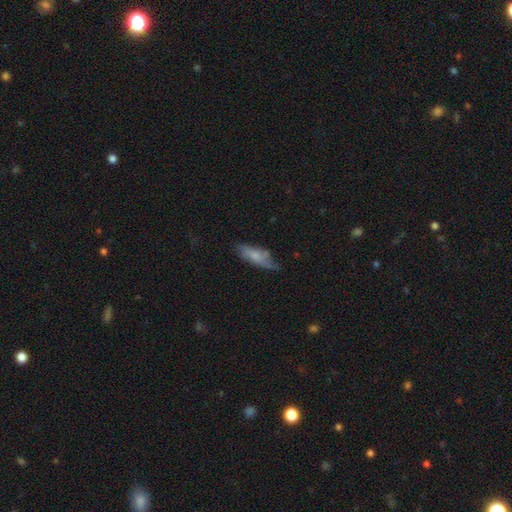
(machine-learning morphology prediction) The model was most divided on "how rounded": in between: 56%, cigar-shaped: 42%, round: 2%. More confident: smooth or featured — smooth (61%); merging — none (51%).